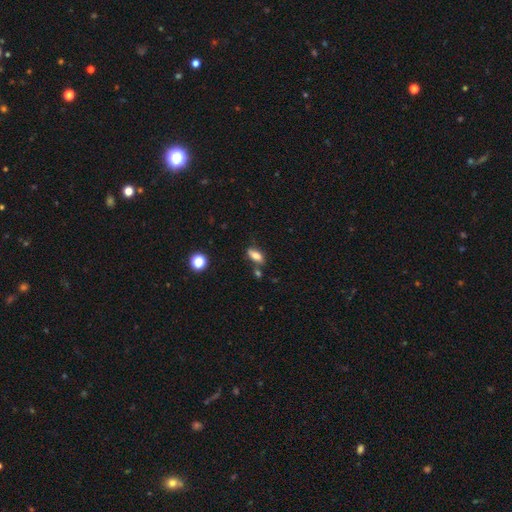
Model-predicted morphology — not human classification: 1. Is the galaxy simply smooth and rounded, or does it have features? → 76% smooth, 15% featured or disk, 9% star or artifact.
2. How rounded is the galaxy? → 75% in between, 21% cigar-shaped, 5% round.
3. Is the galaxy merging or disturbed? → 69% none, 17% minor disturbance, 9% merger, 4% major disturbance.